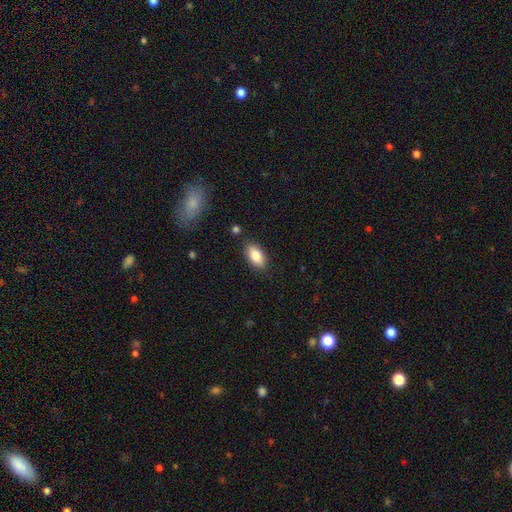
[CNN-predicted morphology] A smooth galaxy with no disk features (83%) that is in between round and cigar-shaped (91%). Merging: none (85%).